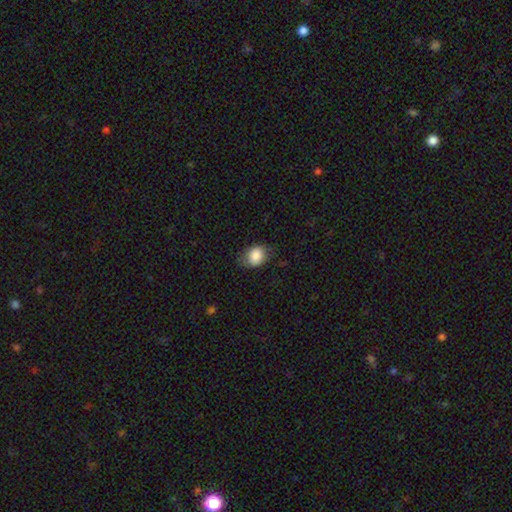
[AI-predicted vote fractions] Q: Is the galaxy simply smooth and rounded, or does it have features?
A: smooth — 84%.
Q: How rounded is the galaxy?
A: in between — 56%.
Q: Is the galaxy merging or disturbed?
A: none — 67%.